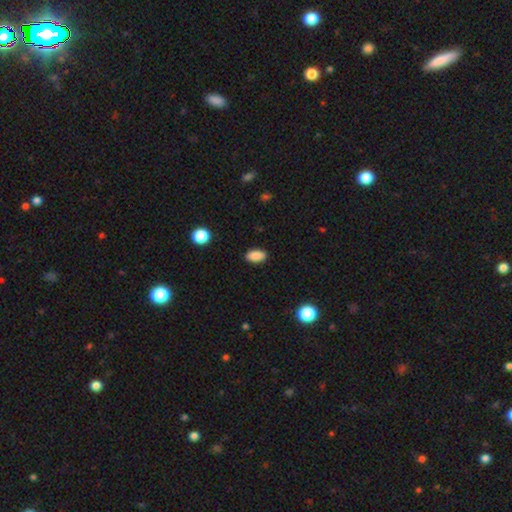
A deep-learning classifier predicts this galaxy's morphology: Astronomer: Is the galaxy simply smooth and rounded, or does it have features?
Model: smooth — 88%.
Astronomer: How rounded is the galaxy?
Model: in between — 92%.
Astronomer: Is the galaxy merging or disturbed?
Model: none — 89%.